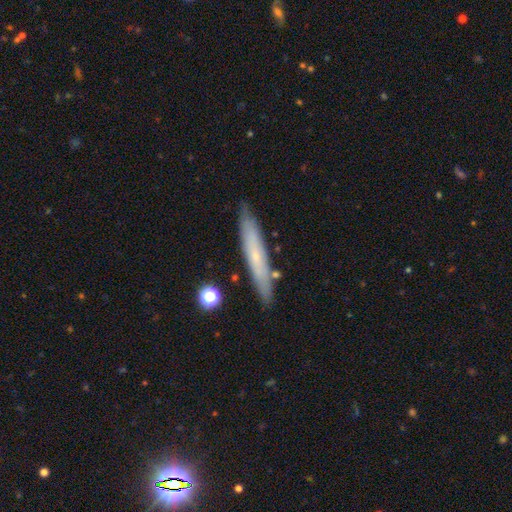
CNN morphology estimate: Smooth or featured?
  - smooth: 48% *
  - featured or disk: 45%
  - star or artifact: 7%
Merging?
  - none: 85% *
  - minor disturbance: 11%
  - merger: 3%
  - major disturbance: 2%